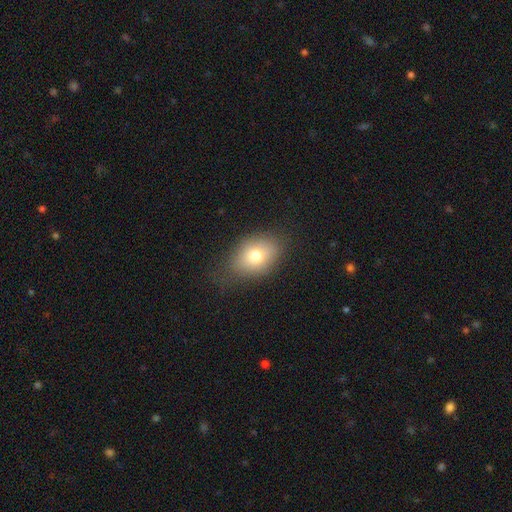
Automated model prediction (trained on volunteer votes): Smooth or featured? Predicted: smooth (p=0.73). How rounded? Predicted: in between (p=0.73). Merging? Predicted: none (p=0.72).